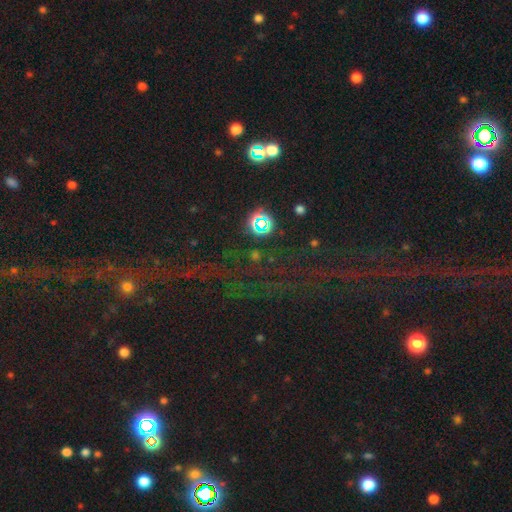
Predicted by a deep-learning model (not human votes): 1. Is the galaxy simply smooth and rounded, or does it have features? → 54% star or artifact, 36% smooth, 10% featured or disk.